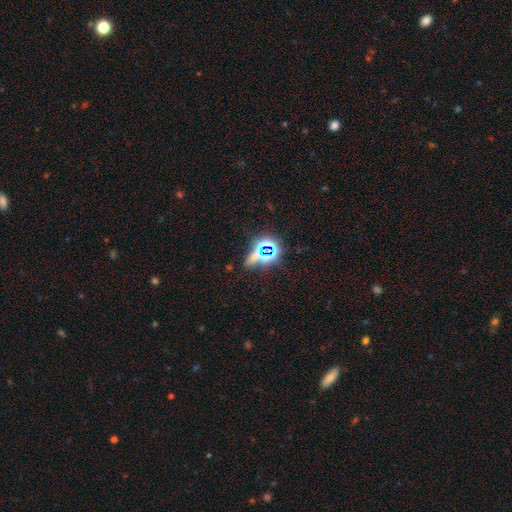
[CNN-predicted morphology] smooth-or-featured: star or artifact: 60% | smooth: 28% | featured or disk: 12%